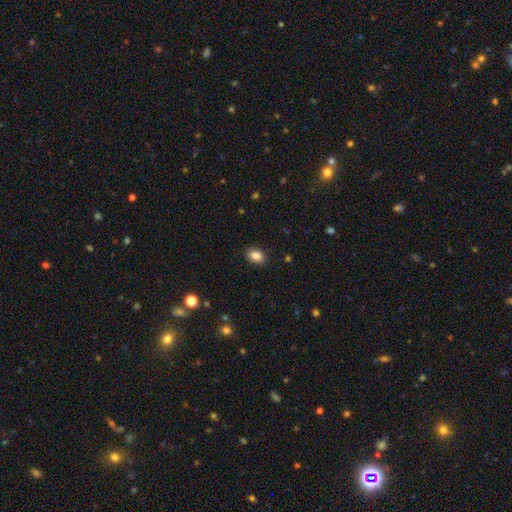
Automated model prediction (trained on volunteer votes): Smooth or featured: smooth — 87% (star or artifact — 9%)
How rounded: in between — 78% (round — 21%)
Merging: none — 87% (minor disturbance — 9%)